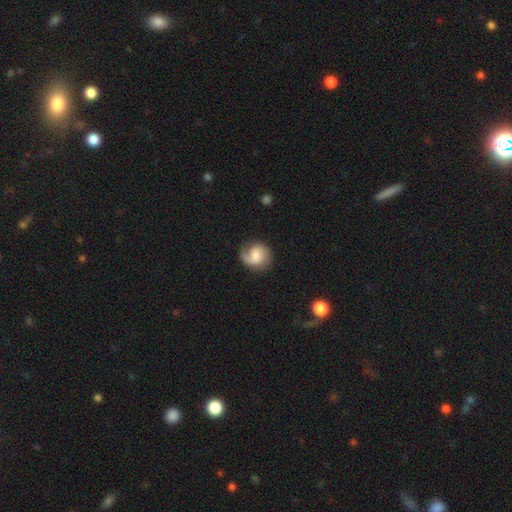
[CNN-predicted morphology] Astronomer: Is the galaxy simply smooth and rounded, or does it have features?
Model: featured or disk — 49% (runner-up: smooth, 44%).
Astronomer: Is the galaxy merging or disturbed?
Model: none — 67%.